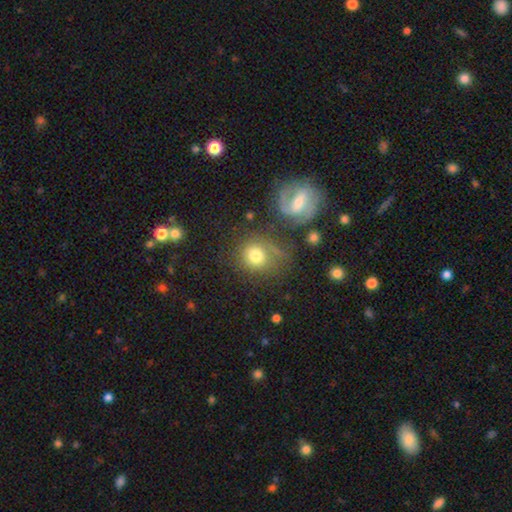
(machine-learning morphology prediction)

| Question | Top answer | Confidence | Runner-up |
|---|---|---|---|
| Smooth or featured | smooth | 68% | featured or disk (21%) |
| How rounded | round | 79% | in between (19%) |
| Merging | none | 56% | minor disturbance (17%) |